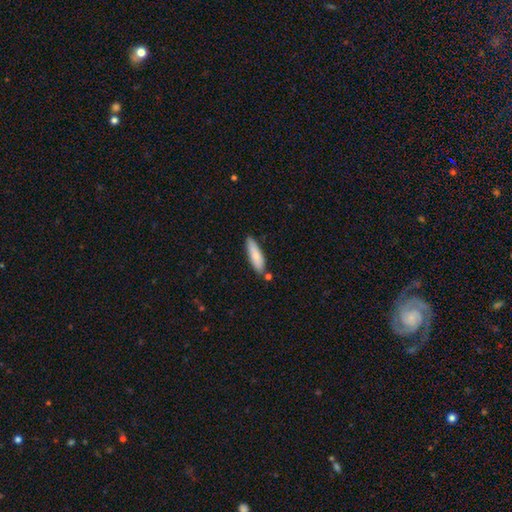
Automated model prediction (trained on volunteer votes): smooth_or_featured: smooth (p=0.78) [alt: featured or disk p=0.16]
how_rounded: cigar-shaped (p=0.61) [alt: in between p=0.37]
merging: none (p=0.79) [alt: minor disturbance p=0.13]